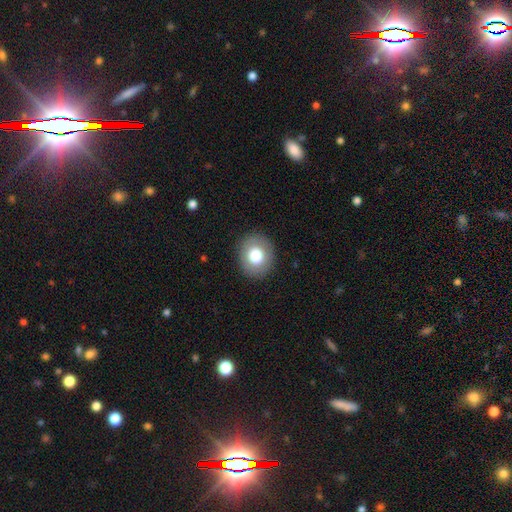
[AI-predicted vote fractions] smooth_or_featured: smooth (p=0.77) [alt: featured or disk p=0.15]
how_rounded: round (p=0.73) [alt: in between p=0.26]
merging: none (p=0.89) [alt: minor disturbance p=0.07]